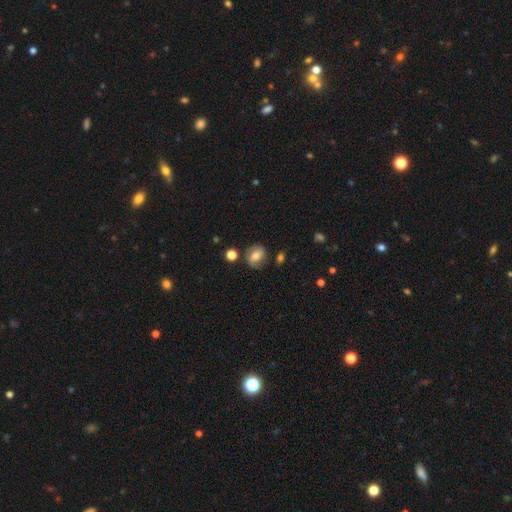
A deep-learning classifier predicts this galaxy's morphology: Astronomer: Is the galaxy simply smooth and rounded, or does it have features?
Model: smooth — 62%.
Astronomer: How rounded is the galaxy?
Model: round — 53% (runner-up: in between, 45%).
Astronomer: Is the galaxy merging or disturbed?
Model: none — 72%.